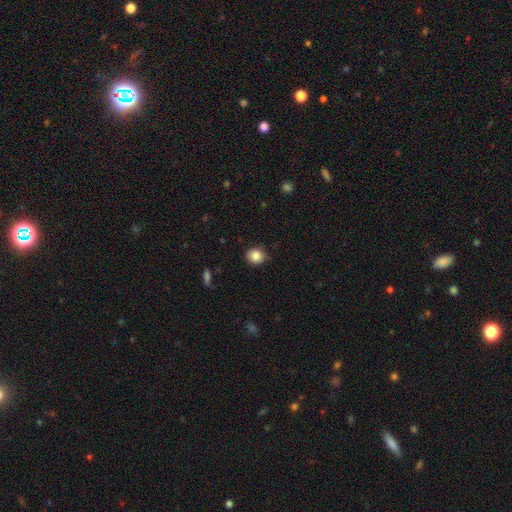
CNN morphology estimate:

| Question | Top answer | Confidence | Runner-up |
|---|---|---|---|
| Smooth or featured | smooth | 85% | star or artifact (10%) |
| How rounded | round | 80% | in between (19%) |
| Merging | none | 84% | minor disturbance (13%) |